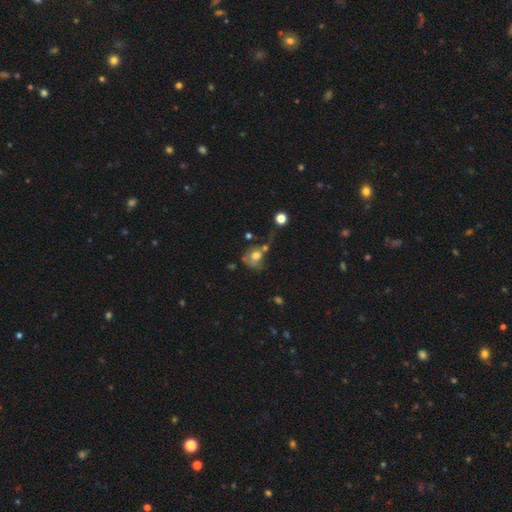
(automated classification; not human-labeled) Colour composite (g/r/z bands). It shows a smooth galaxy with no disk features (61%) that is round (62%). Merging: major disturbance (28%).